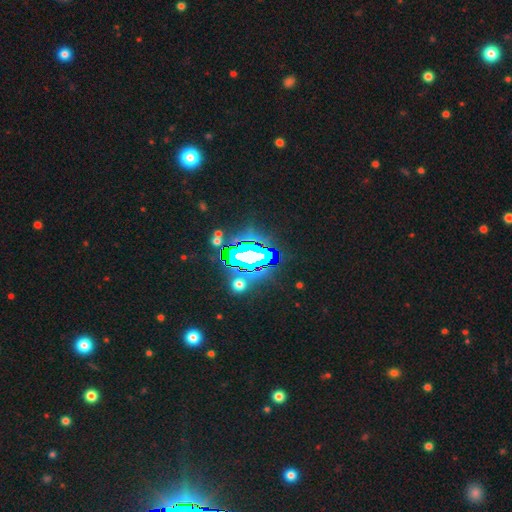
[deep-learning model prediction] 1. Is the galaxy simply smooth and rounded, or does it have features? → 74% star or artifact, 14% featured or disk, 13% smooth.